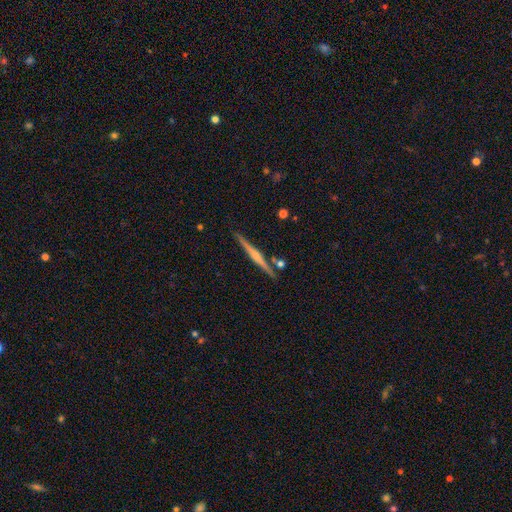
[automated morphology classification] featured or disk 71%, smooth 22%, star or artifact 6%. Down the decision tree: edge-on disk — yes (98%); edge-on bulge — rounded (66%); merging — none (88%).